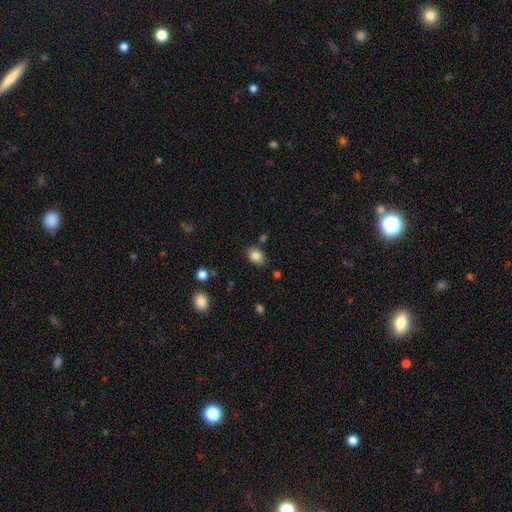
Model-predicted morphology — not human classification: Overall: smooth (86%). How rounded: in between (73%). Merging: none (78%).